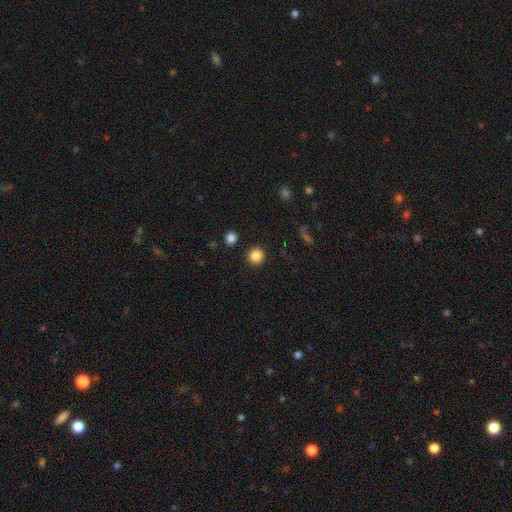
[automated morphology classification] smooth_or_featured: smooth (p=0.86) [alt: star or artifact p=0.11]
how_rounded: round (p=0.95) [alt: in between p=0.04]
merging: none (p=0.92) [alt: minor disturbance p=0.04]